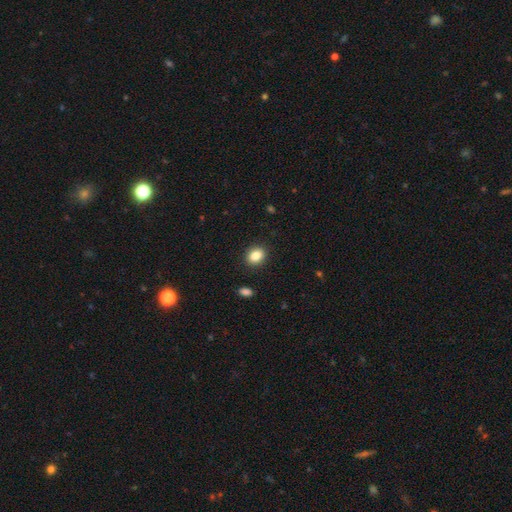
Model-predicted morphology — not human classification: This appears to be a smooth galaxy with no disk features (86%) that is in between round and cigar-shaped (53%). Merging: none (90%).